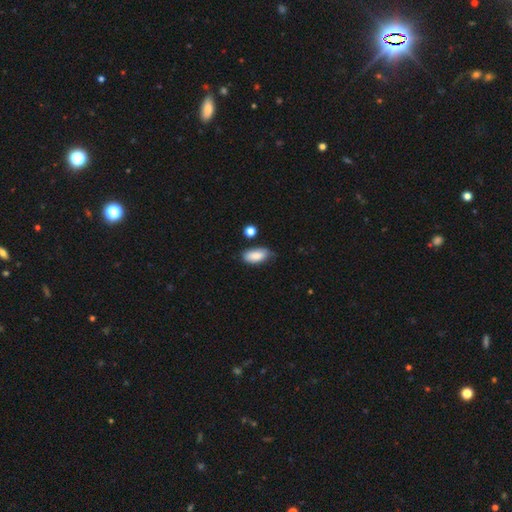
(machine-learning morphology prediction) smooth-or-featured: smooth: 85% | featured or disk: 8% | star or artifact: 7%
  how-rounded: in between: 90% | cigar-shaped: 6% | round: 3%
  merging: none: 61% | minor disturbance: 29% | major disturbance: 5% | merger: 5%